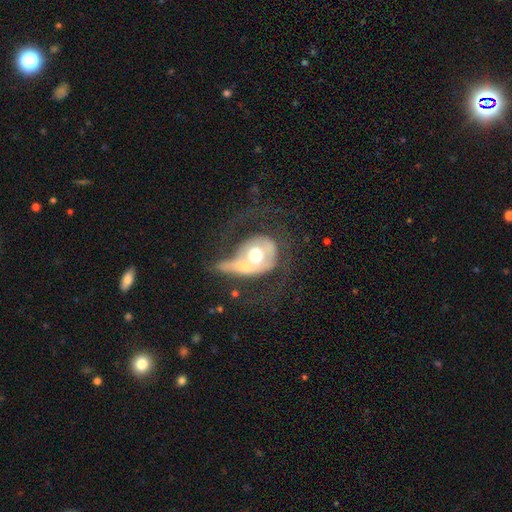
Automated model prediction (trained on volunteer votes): Q: Smooth or featured?
A: featured or disk (54%); runner-up: smooth (39%)
Q: Edge-on disk?
A: no (90%); runner-up: yes (10%)
Q: Merging?
A: merger (45%); runner-up: major disturbance (27%)